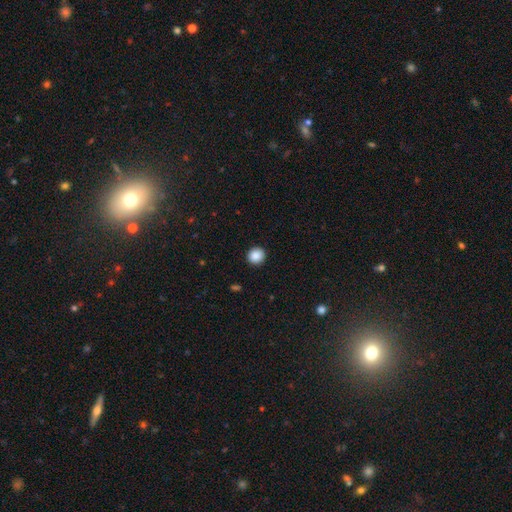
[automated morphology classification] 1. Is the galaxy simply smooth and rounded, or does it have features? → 88% smooth, 9% star or artifact, 3% featured or disk.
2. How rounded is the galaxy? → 92% round, 7% in between, 1% cigar-shaped.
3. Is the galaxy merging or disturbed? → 92% none, 5% minor disturbance, 2% major disturbance, 1% merger.